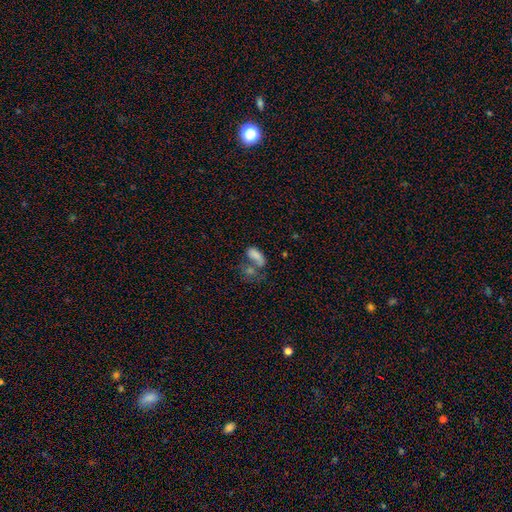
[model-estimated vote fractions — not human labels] smooth 73%, featured or disk 15%, star or artifact 12%. Down the decision tree: how rounded — in between (86%); merging — merger (56%).